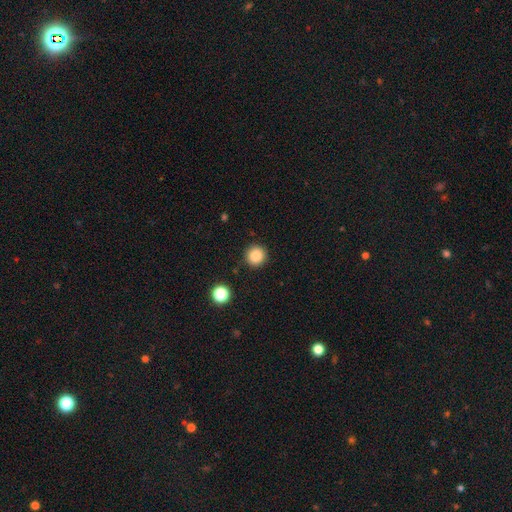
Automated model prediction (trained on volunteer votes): This appears to be a smooth galaxy with no disk features (86%) that is round (94%). Merging: none (90%).